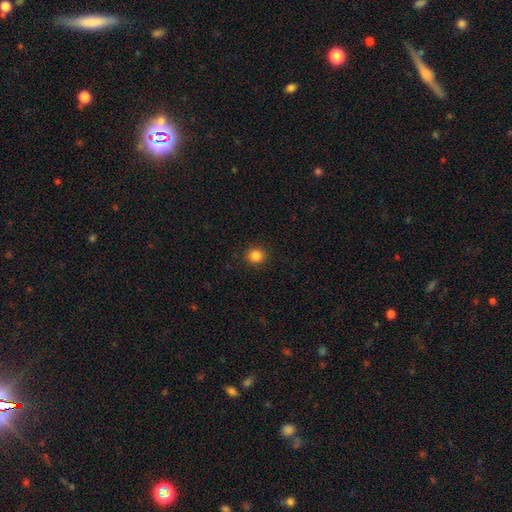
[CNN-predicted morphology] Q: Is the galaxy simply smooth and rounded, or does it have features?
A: smooth — 84%.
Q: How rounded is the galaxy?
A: round — 92%.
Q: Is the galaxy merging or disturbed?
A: none — 92%.